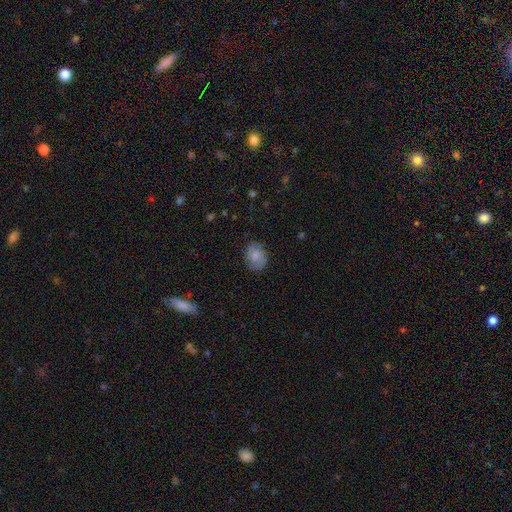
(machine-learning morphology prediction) The model was most divided on "how rounded": in between: 54%, round: 45%, cigar-shaped: 1%. More confident: merging — none (81%); smooth or featured — smooth (66%).